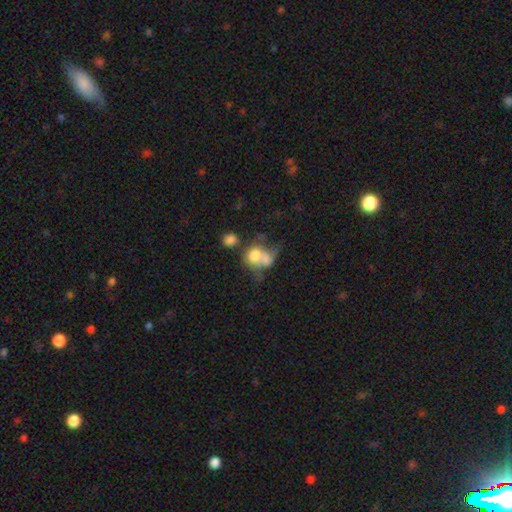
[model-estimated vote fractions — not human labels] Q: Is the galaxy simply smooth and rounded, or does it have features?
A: smooth — 65%.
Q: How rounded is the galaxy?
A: round — 56%.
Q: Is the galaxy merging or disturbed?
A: merger — 56%.